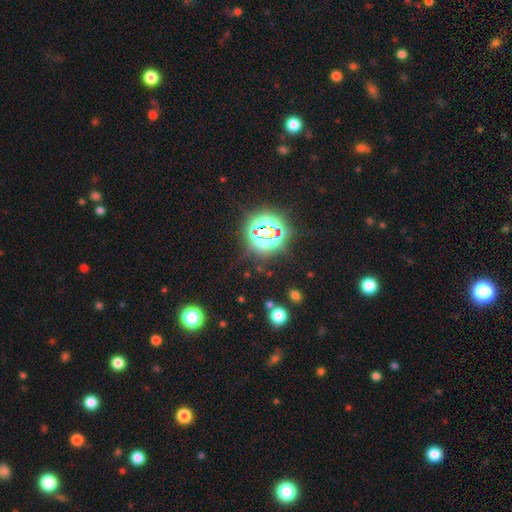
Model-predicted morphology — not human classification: smooth_or_featured: star or artifact (p=0.81) [alt: smooth p=0.12]